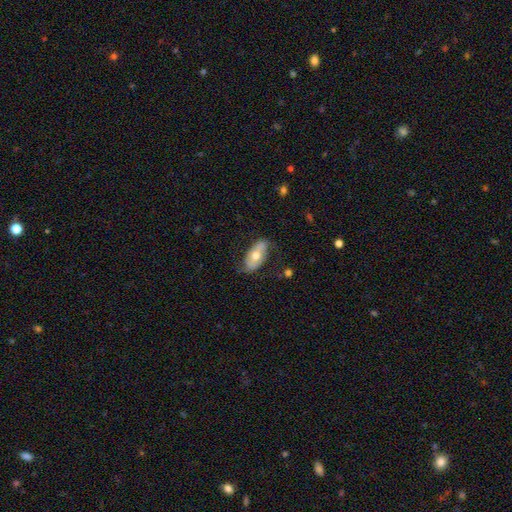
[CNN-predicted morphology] Smooth or featured? featured or disk (48%)
Merging? none (67%)